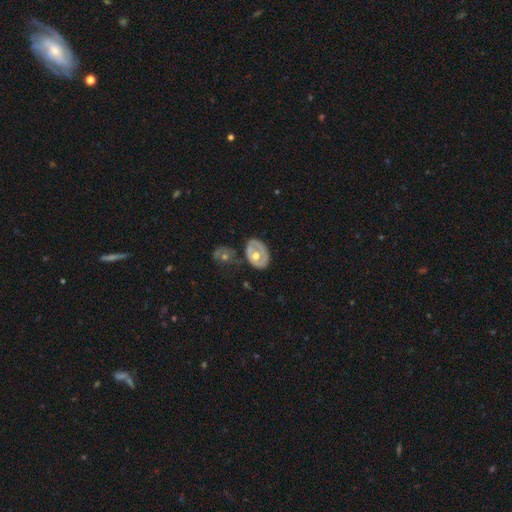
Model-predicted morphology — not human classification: type=featured or disk (57%); edge-on=no (93%); bar=no (86%); spiral arms=no (83%); bulge=moderate (77%); merging=none (61%).